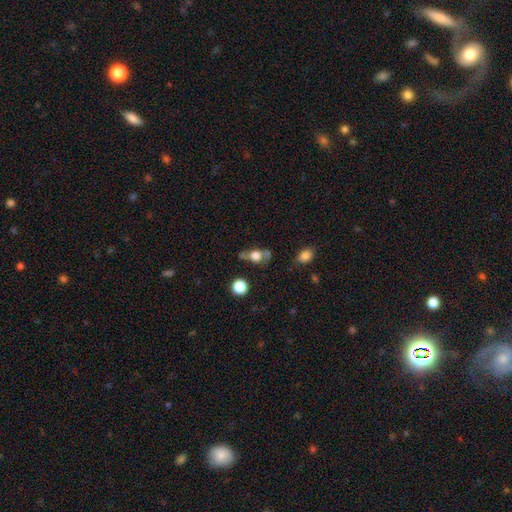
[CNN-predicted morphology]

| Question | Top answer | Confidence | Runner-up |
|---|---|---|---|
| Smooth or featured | smooth | 57% | featured or disk (29%) |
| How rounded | in between | 48% | round (45%) |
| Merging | none | 48% | minor disturbance (23%) |